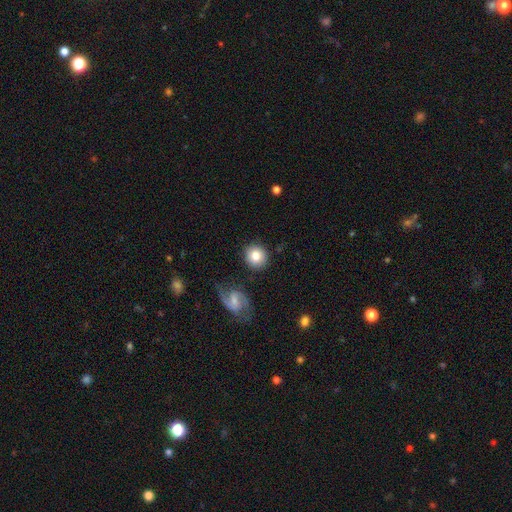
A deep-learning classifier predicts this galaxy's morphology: Q: Smooth or featured?
A: smooth (76%); runner-up: featured or disk (16%)
Q: How rounded?
A: round (89%); runner-up: in between (10%)
Q: Merging?
A: none (82%); runner-up: minor disturbance (10%)